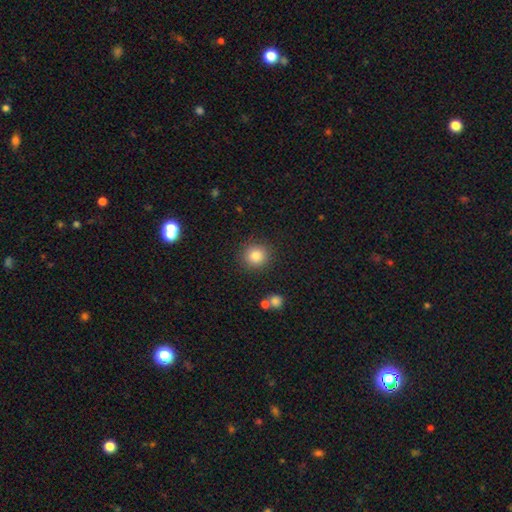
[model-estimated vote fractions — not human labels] Smooth or featured? Predicted: smooth (p=0.83). How rounded? Predicted: round (p=0.91). Merging? Predicted: none (p=0.88).